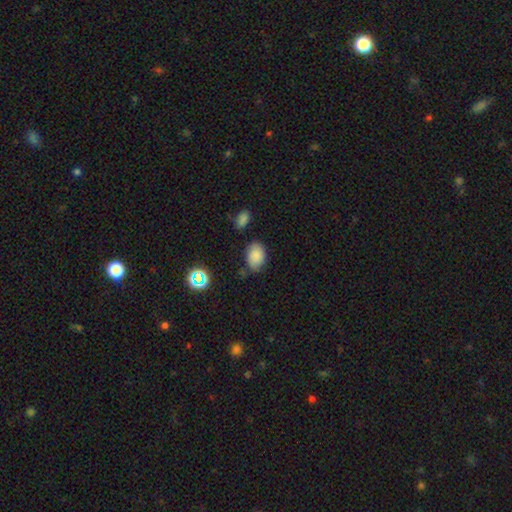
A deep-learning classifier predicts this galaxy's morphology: smooth-or-featured: smooth: 80% | star or artifact: 12% | featured or disk: 8%
  how-rounded: in between: 78% | round: 21% | cigar-shaped: 1%
  merging: none: 67% | minor disturbance: 23% | major disturbance: 5% | merger: 4%